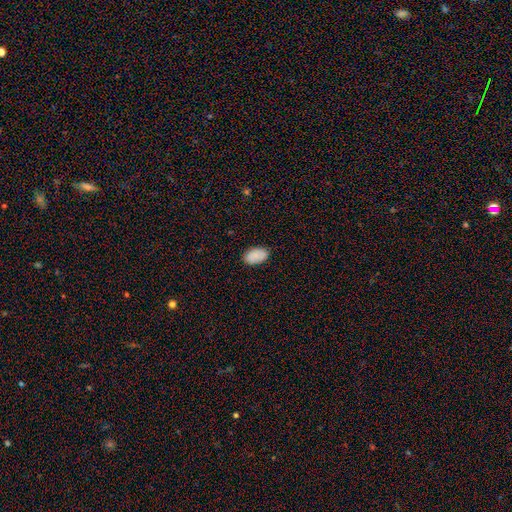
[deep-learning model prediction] smooth_or_featured: smooth (p=0.89) [alt: star or artifact p=0.07]
how_rounded: in between (p=0.94) [alt: round p=0.05]
merging: none (p=0.85) [alt: minor disturbance p=0.12]